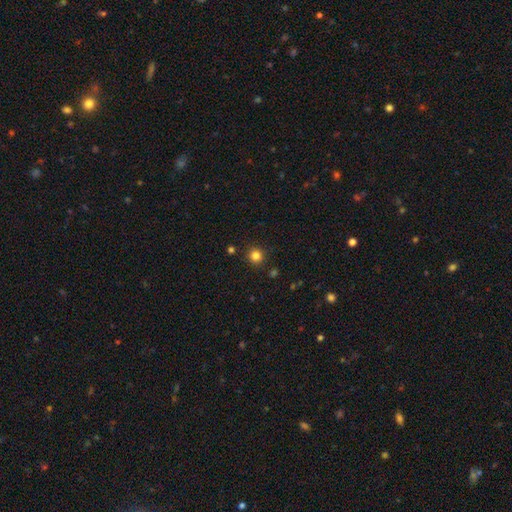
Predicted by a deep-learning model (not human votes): Smooth or featured?
  - smooth: 82% *
  - star or artifact: 14%
  - featured or disk: 4%
How rounded?
  - round: 93% *
  - in between: 6%
  - cigar-shaped: 1%
Merging?
  - none: 90% *
  - minor disturbance: 6%
  - merger: 2%
  - major disturbance: 2%